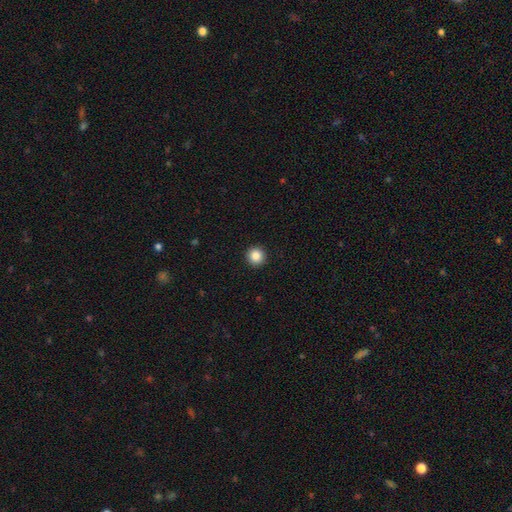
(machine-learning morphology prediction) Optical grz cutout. It shows a smooth galaxy with no disk features (86%) that is round (95%). Merging: none (93%).